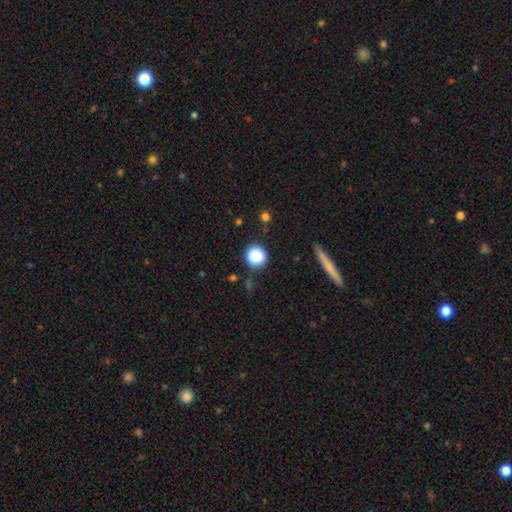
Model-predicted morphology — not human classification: Smooth or featured? Predicted: smooth (p=0.87). How rounded? Predicted: round (p=0.92). Merging? Predicted: none (p=0.81).